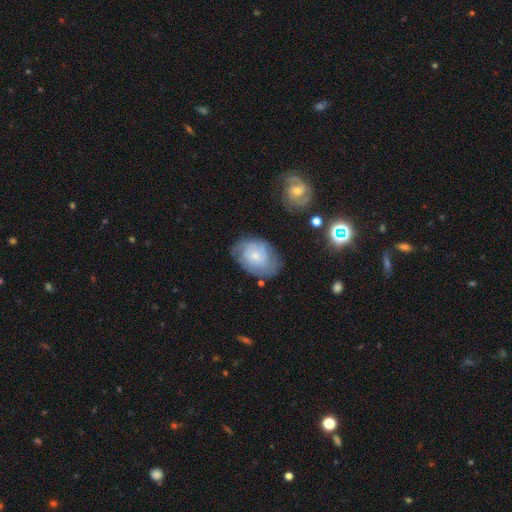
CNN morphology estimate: smooth-or-featured: featured or disk: 57% | smooth: 36% | star or artifact: 8%
  disk-edge-on: no: 97% | yes: 3%
    bar: no: 76% | weak: 21% | strong: 3%
    has-spiral-arms: yes: 81% | no: 19%
    bulge-size: small: 71% | moderate: 22% | none: 4% | large: 2% | dominant: 1%
  merging: none: 66% | minor disturbance: 23% | major disturbance: 9% | merger: 2%